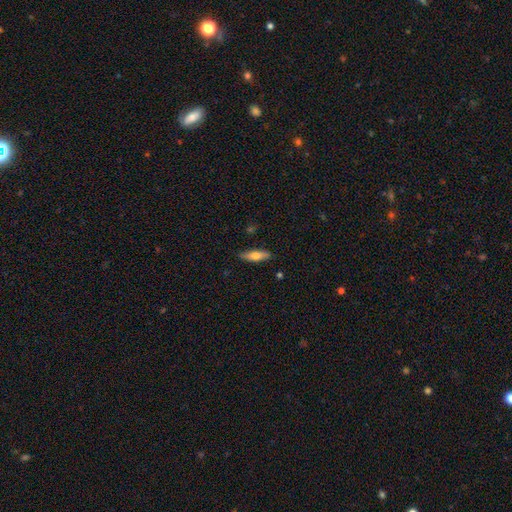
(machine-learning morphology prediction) Smooth or featured? Predicted: smooth (p=0.67). How rounded? Predicted: cigar-shaped (p=0.59). Merging? Predicted: none (p=0.87).